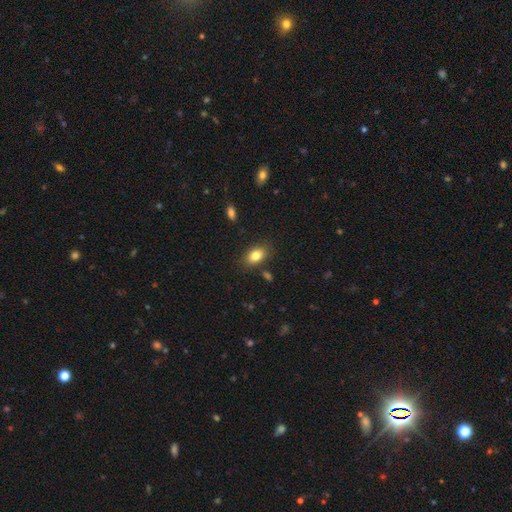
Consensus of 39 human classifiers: Morphology: type=smooth (90%); roundness=in between (86%); merging=none (71%).